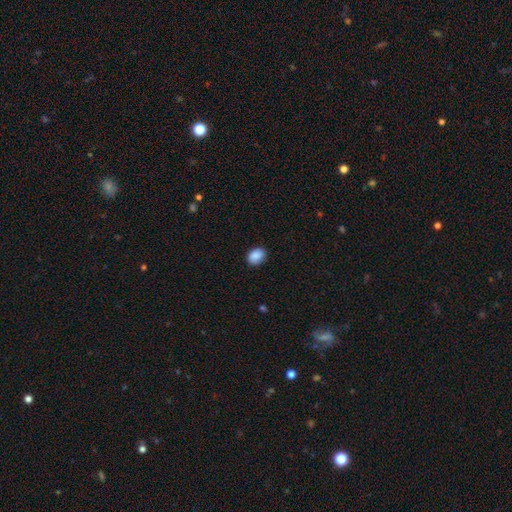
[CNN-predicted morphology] A smooth galaxy with no disk features (87%) that is in between round and cigar-shaped (65%).

Vote fractions:
- Smooth or featured? smooth: 87% / star or artifact: 8% / featured or disk: 5%
- How rounded? in between: 65% / round: 34% / cigar-shaped: 1%
- Merging? none: 84% / minor disturbance: 13% / major disturbance: 3% / merger: 1%